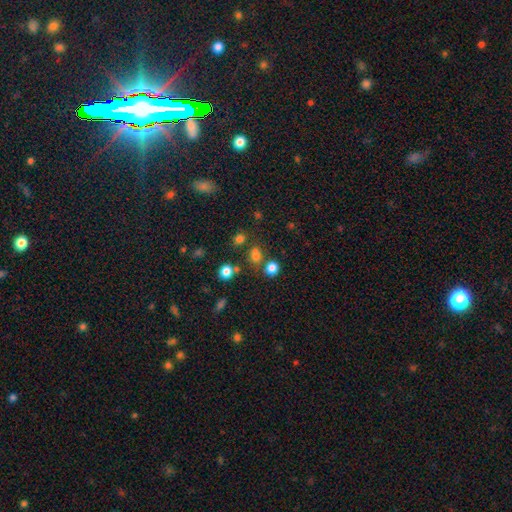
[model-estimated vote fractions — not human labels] Morphology: type=smooth (71%); roundness=round (74%); merging=none (67%).